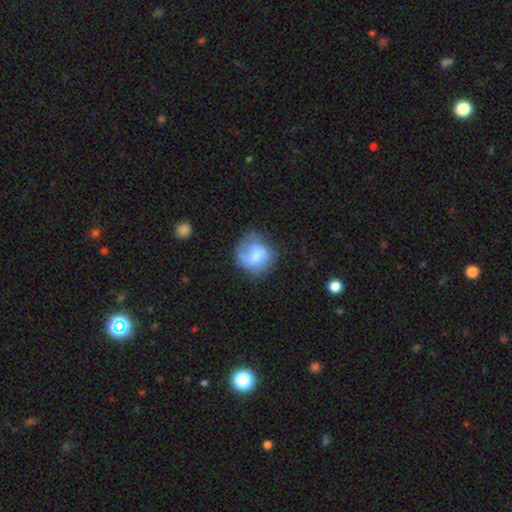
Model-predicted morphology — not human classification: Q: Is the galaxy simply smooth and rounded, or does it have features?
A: smooth — 62%.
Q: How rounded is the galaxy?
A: round — 76%.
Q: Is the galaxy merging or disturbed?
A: none — 48%.